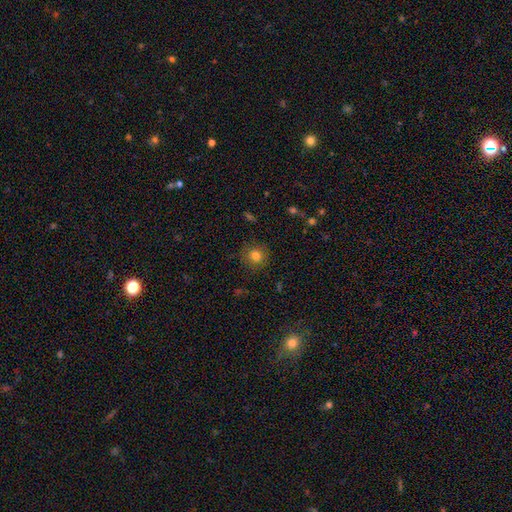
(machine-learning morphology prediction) Q: Smooth or featured?
A: smooth (80%); runner-up: star or artifact (13%)
Q: How rounded?
A: round (92%); runner-up: in between (7%)
Q: Merging?
A: none (88%); runner-up: minor disturbance (8%)